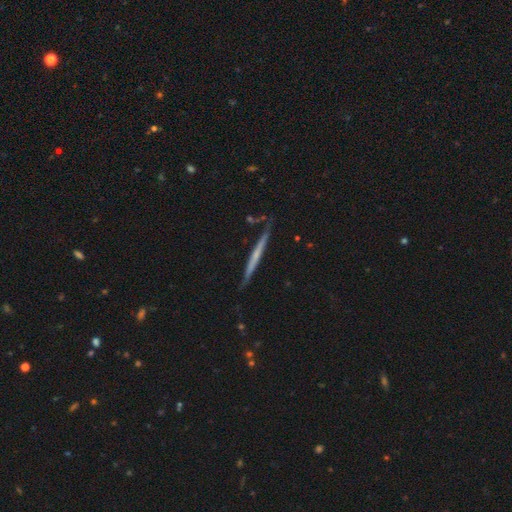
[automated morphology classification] The model was most divided on "smooth or featured": featured or disk: 58%, smooth: 36%, star or artifact: 6%. More confident: edge-on disk — yes (97%); merging — none (85%); edge-on bulge — none (75%).